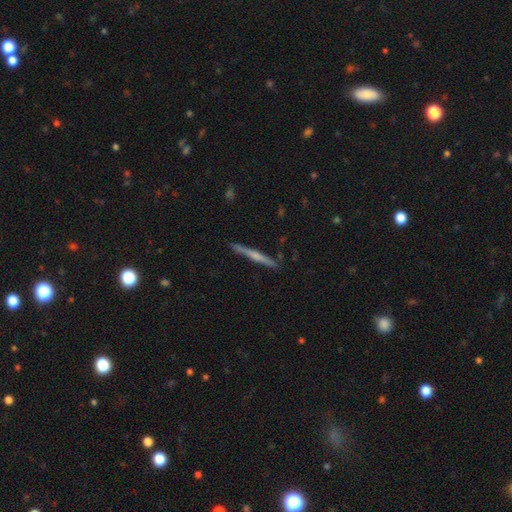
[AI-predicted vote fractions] The model was most divided on "edge-on bulge": rounded: 46%, none: 41%, boxy: 13%. More confident: edge-on disk — yes (98%); merging — none (88%); smooth or featured — featured or disk (58%).